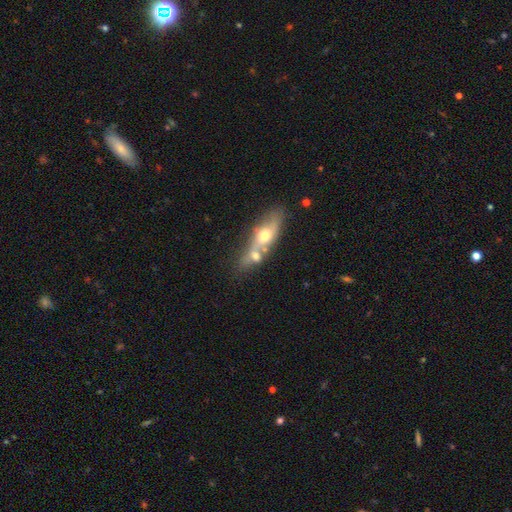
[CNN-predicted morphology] Q: Smooth or featured?
A: smooth (52%); runner-up: featured or disk (40%)
Q: How rounded?
A: in between (56%); runner-up: cigar-shaped (32%)
Q: Merging?
A: merger (48%); runner-up: none (35%)